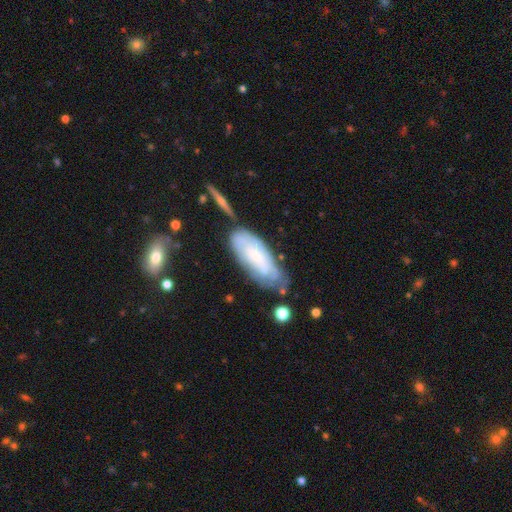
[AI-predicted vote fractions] Overall: smooth (50%; featured or disk 42%). Merging: none (59%; minor disturbance 25%).